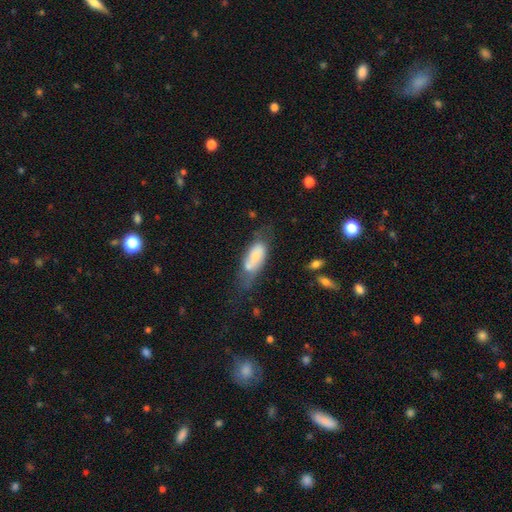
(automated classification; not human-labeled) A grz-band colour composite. It shows a smooth galaxy with no disk features (57%) that is in between round and cigar-shaped (84%). Merging: none (34%).